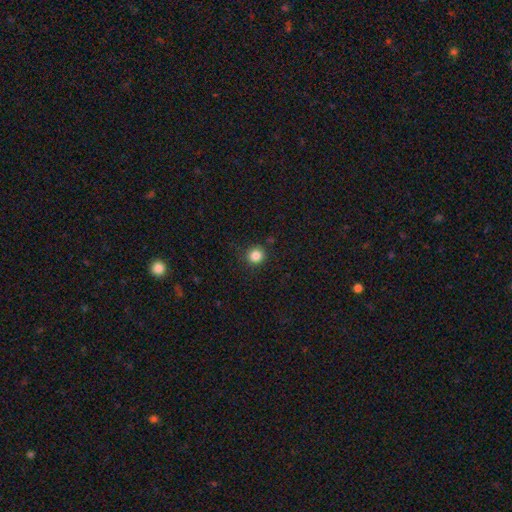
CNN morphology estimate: smooth 84%, star or artifact 12%, featured or disk 4%. Down the decision tree: how rounded — round (91%); merging — none (88%).